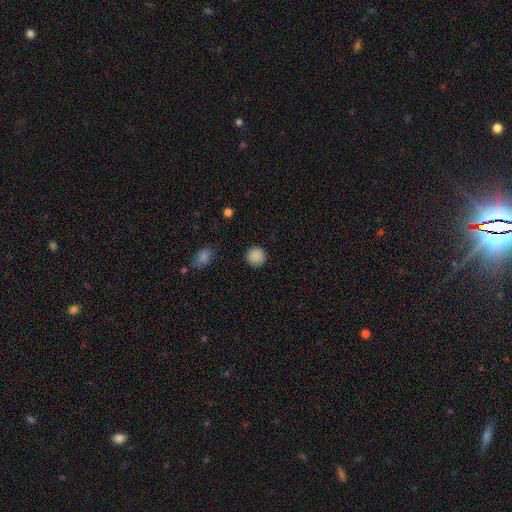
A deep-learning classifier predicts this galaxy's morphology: A smooth galaxy with no disk features (88%) that is round (93%). Merging: none (90%).